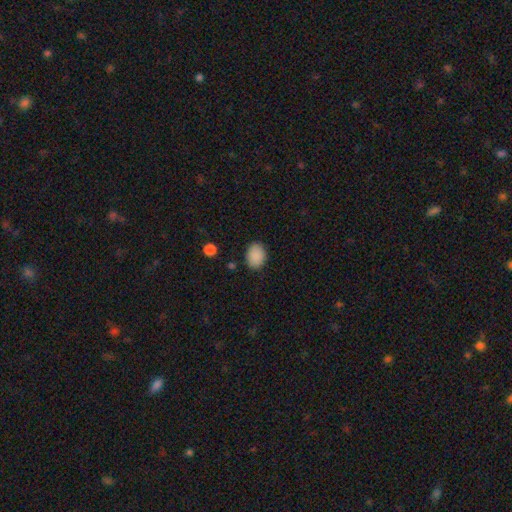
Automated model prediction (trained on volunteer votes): smooth-or-featured: smooth: 89% | star or artifact: 8% | featured or disk: 3%
  how-rounded: in between: 67% | round: 32% | cigar-shaped: 1%
  merging: none: 85% | minor disturbance: 11% | major disturbance: 3% | merger: 2%